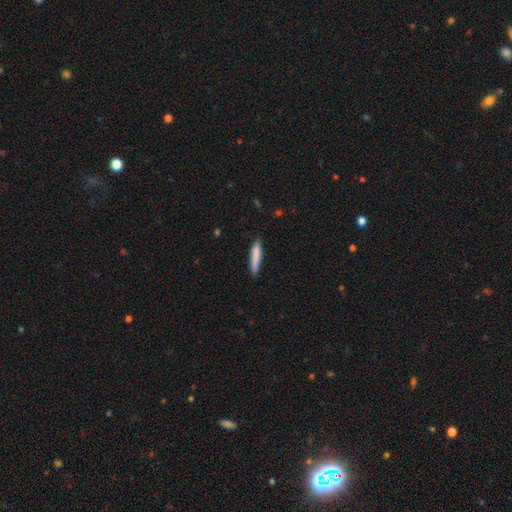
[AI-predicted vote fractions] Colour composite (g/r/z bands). It shows a smooth galaxy with no disk features (81%) that is cigar-shaped (90%). Merging: none (84%).